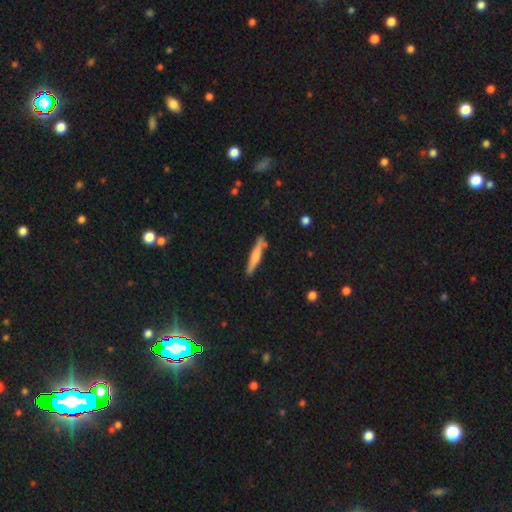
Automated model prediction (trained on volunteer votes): smooth_or_featured: smooth (p=0.62) [alt: featured or disk p=0.32]
how_rounded: cigar-shaped (p=0.92) [alt: in between p=0.07]
merging: none (p=0.81) [alt: minor disturbance p=0.13]